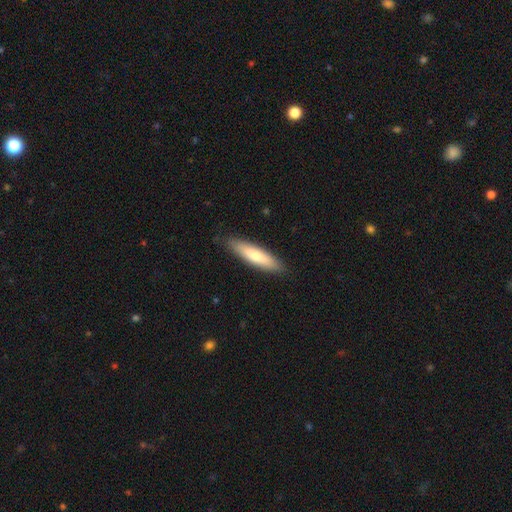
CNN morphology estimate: This appears to be a smooth galaxy with no disk features (73%) that is cigar-shaped (75%). Merging: none (87%).